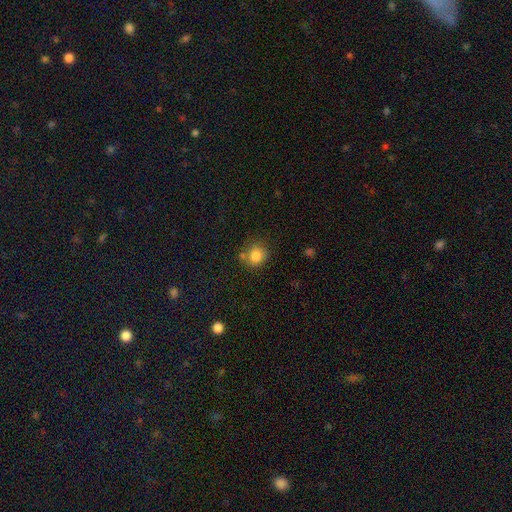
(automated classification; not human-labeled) Smooth or featured?
  - smooth: 83% *
  - star or artifact: 10%
  - featured or disk: 6%
How rounded?
  - round: 83% *
  - in between: 16%
  - cigar-shaped: 1%
Merging?
  - none: 68% *
  - minor disturbance: 15%
  - merger: 13%
  - major disturbance: 4%